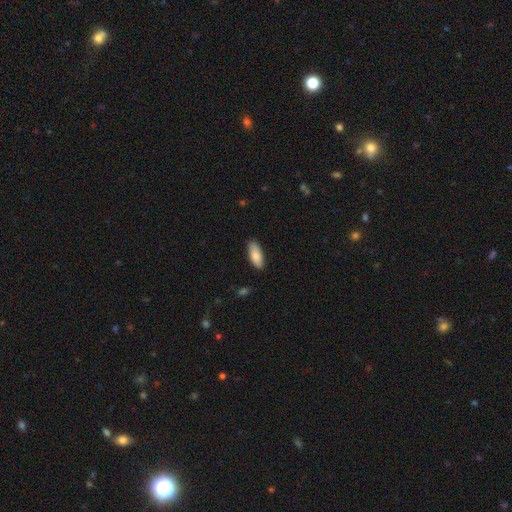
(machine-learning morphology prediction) A smooth galaxy with no disk features (84%) that is in between round and cigar-shaped (82%). Merging: none (86%).